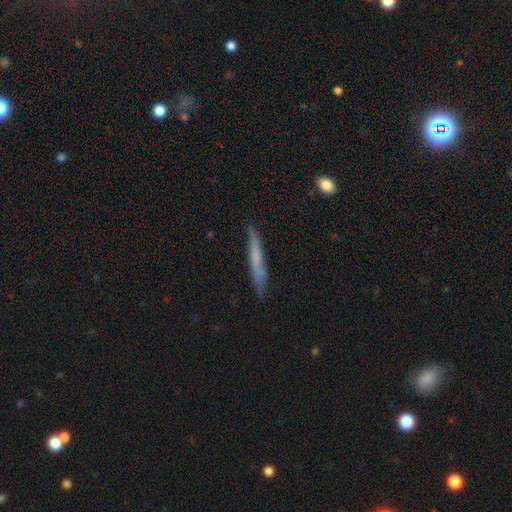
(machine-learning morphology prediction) This is possibly a smooth galaxy (55%). How rounded: clearly cigar-shaped (95%). Merging: clearly none (82%).